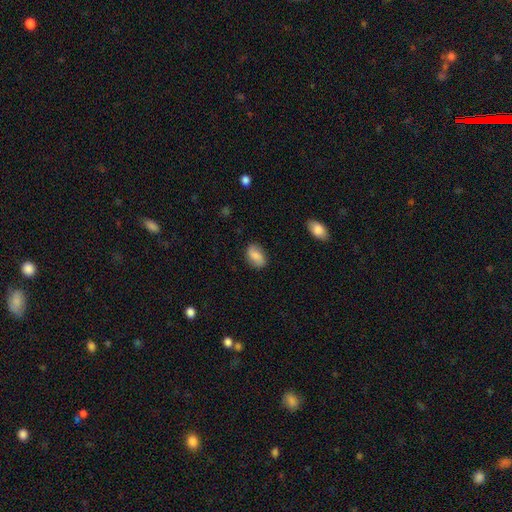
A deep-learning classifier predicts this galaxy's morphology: A smooth galaxy with no disk features (83%) that is in between round and cigar-shaped (90%). Merging: none (83%).